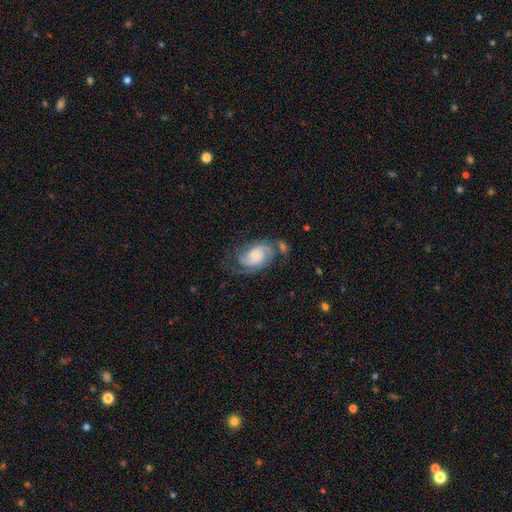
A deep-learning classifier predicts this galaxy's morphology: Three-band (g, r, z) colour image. It shows a featured or disk galaxy (73%) with no bar (68%), 2 (62%) medium (43%) spiral arms (93%) and a small central bulge (57%). Merging: none (51%).